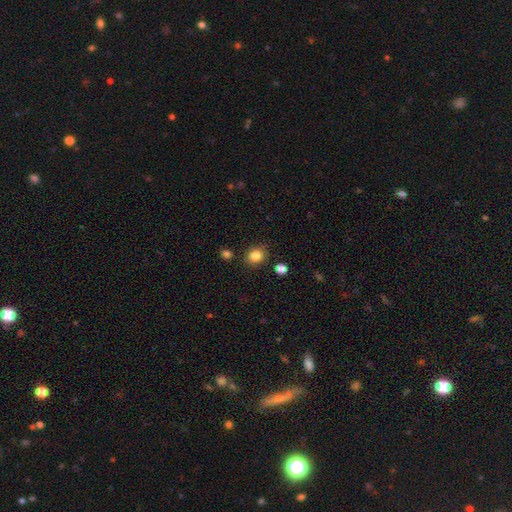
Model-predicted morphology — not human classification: Smooth or featured?
  - smooth: 84% *
  - star or artifact: 11%
  - featured or disk: 5%
How rounded?
  - round: 68% *
  - in between: 31%
  - cigar-shaped: 1%
Merging?
  - none: 83% *
  - minor disturbance: 11%
  - merger: 3%
  - major disturbance: 3%